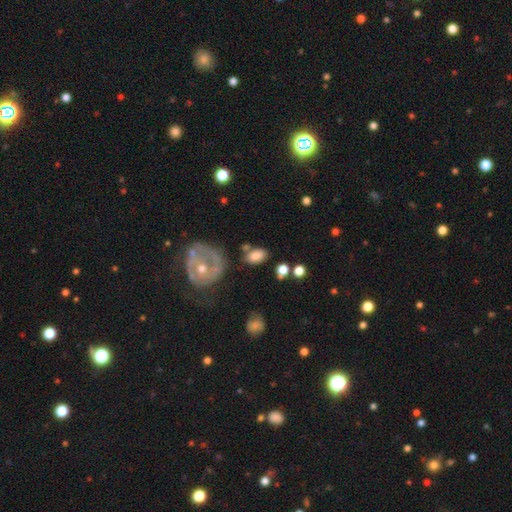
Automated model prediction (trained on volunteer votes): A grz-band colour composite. It shows a smooth galaxy with no disk features (77%) that is in between round and cigar-shaped (85%). Merging: none (63%).